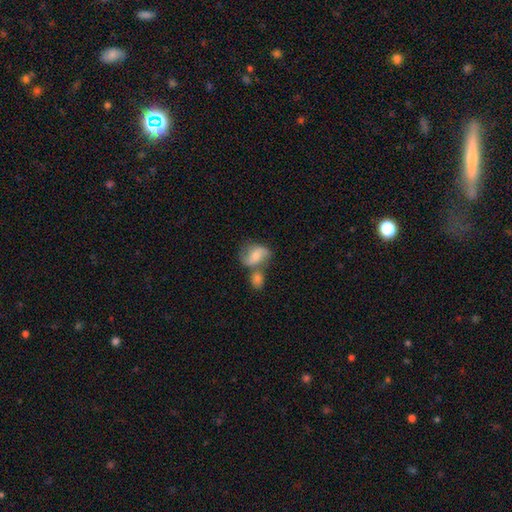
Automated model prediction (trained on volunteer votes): This is possibly a featured or disk galaxy (52%). It is clearly not viewed edge-on (97%). Merging: marginally merger (43%).